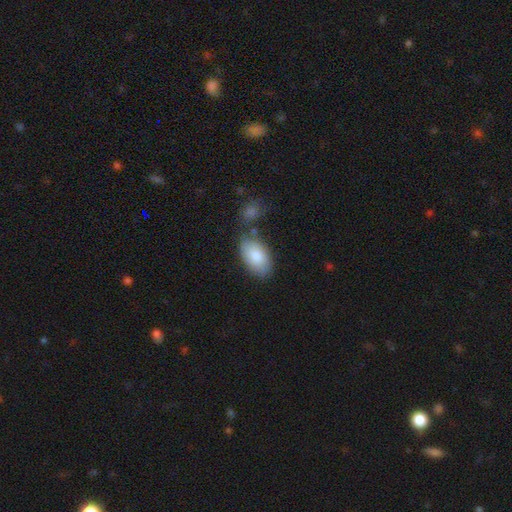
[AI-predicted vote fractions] Smooth or featured? smooth (82%)
How rounded? in between (94%)
Merging? none (68%)